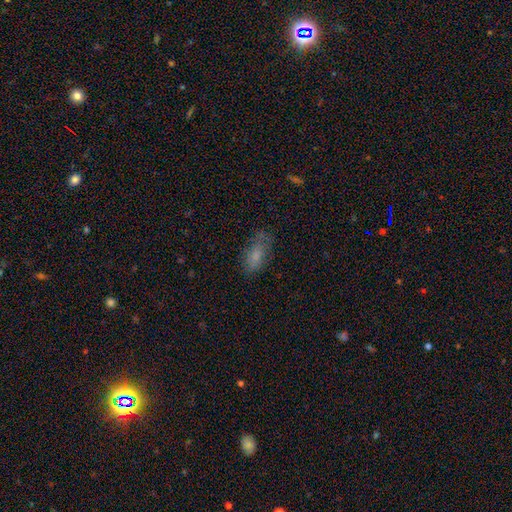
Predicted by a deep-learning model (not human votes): This appears to be a smooth galaxy with no disk features (74%) that is in between round and cigar-shaped (83%). Merging: none (65%).